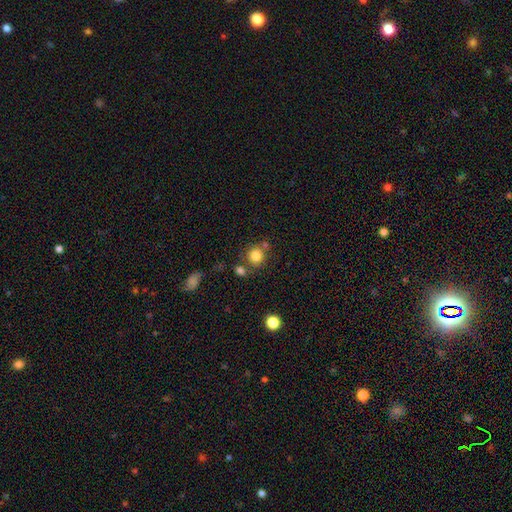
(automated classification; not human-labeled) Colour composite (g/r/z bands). It shows a smooth galaxy with no disk features (82%) that is round (88%). Merging: none (68%).